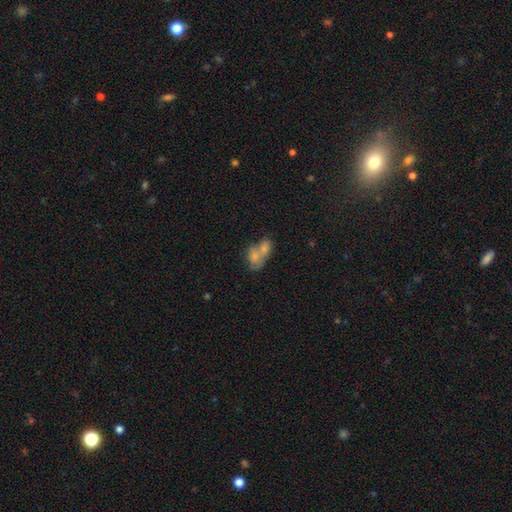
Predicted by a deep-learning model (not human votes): Smooth or featured? Predicted: smooth (p=0.68). How rounded? Predicted: in between (p=0.73). Merging? Predicted: merger (p=0.71).